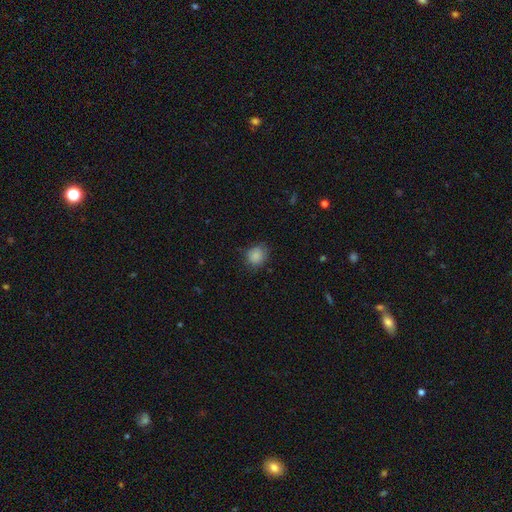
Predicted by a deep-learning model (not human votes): This is clearly a smooth galaxy (87%). How rounded: likely round (71%). Merging: likely none (72%).